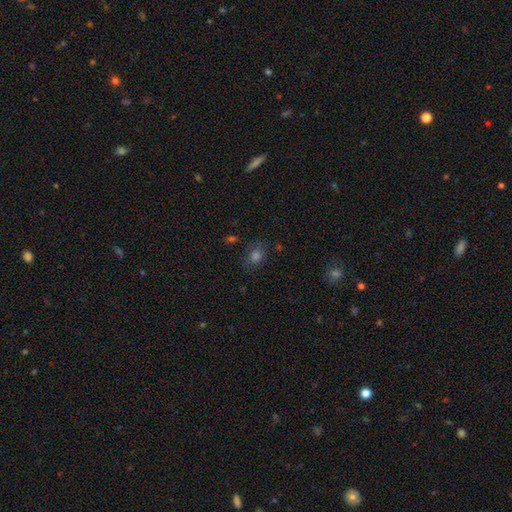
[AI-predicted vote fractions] Smooth or featured? Predicted: smooth (p=0.68). How rounded? Predicted: round (p=0.51). Merging? Predicted: none (p=0.76).